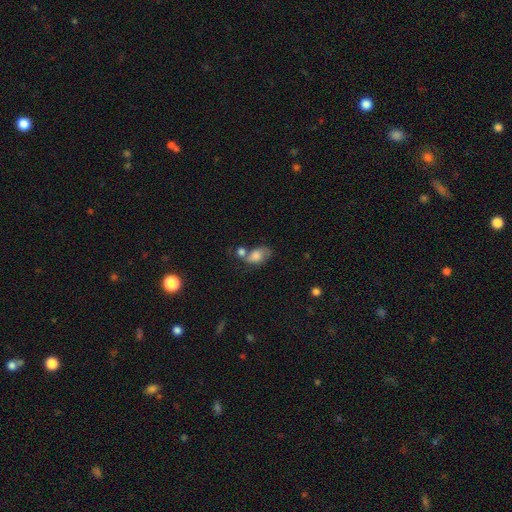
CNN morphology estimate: Smooth or featured?
  - smooth: 66% *
  - featured or disk: 24%
  - star or artifact: 11%
How rounded?
  - in between: 83% *
  - round: 15%
  - cigar-shaped: 2%
Merging?
  - merger: 37% *
  - none: 28%
  - minor disturbance: 19%
  - major disturbance: 15%